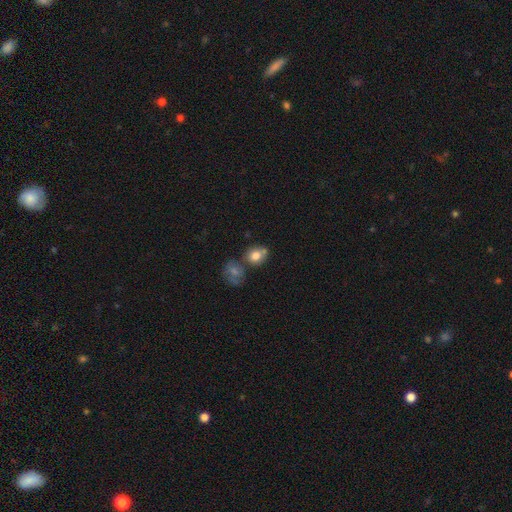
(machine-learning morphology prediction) Smooth or featured? smooth (78%)
How rounded? round (62%)
Merging? none (49%)